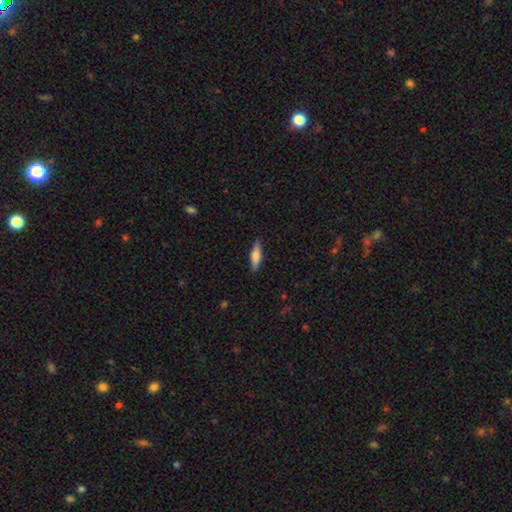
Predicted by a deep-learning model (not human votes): Q: Smooth or featured?
A: smooth (67%); runner-up: featured or disk (27%)
Q: How rounded?
A: cigar-shaped (61%); runner-up: in between (37%)
Q: Merging?
A: none (88%); runner-up: minor disturbance (9%)